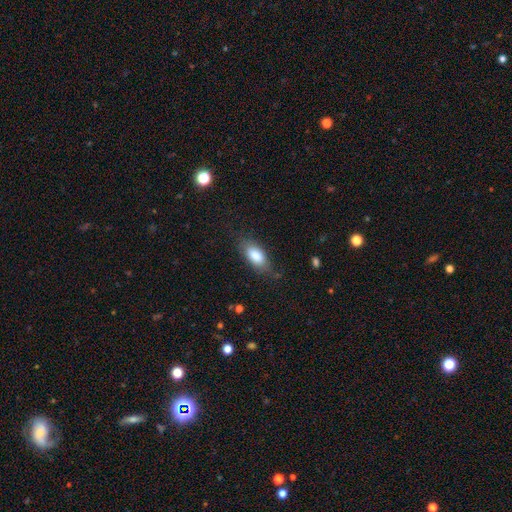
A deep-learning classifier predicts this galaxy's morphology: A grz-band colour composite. It shows a smooth galaxy with no disk features (81%) that is in between round and cigar-shaped (86%). Merging: none (73%).